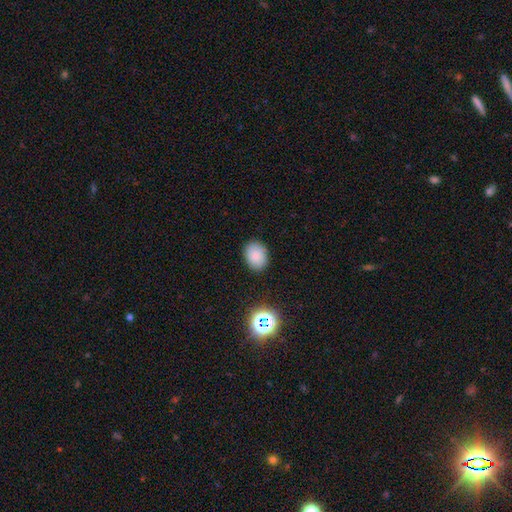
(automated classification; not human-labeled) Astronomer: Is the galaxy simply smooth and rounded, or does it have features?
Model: smooth — 84%.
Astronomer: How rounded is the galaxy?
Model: in between — 68%.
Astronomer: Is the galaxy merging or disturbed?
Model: none — 86%.